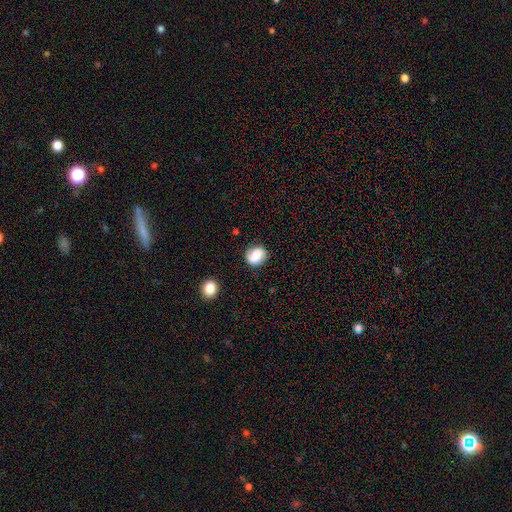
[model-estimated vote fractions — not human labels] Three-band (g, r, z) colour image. It shows a smooth galaxy with no disk features (74%) that is round (63%). Merging: none (74%).